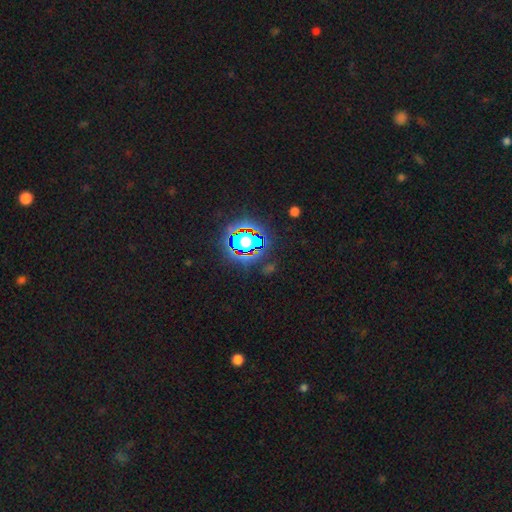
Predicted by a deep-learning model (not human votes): Smooth or featured? star or artifact (82%)